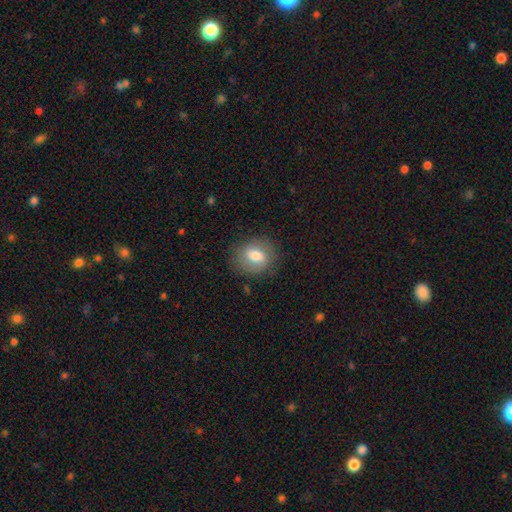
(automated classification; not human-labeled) smooth_or_featured: smooth (p=0.72) [alt: featured or disk p=0.20]
how_rounded: round (p=0.56) [alt: in between p=0.42]
merging: none (p=0.81) [alt: minor disturbance p=0.13]